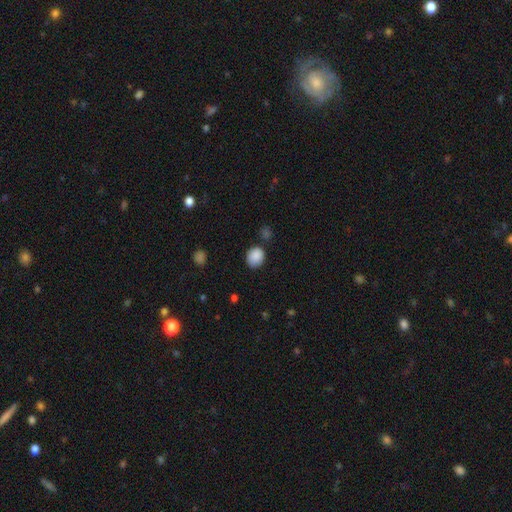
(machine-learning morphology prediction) smooth-or-featured: smooth: 88% | star or artifact: 9% | featured or disk: 4%
  how-rounded: round: 59% | in between: 40% | cigar-shaped: 1%
  merging: none: 75% | minor disturbance: 16% | merger: 5% | major disturbance: 4%